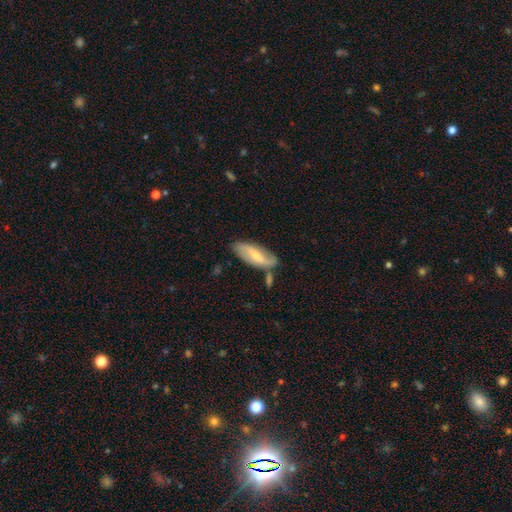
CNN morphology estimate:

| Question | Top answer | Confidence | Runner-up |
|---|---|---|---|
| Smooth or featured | featured or disk | 61% | smooth (34%) |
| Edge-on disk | no | 89% | yes (11%) |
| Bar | weak | 44% | strong (37%) |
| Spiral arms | yes | 87% | no (13%) |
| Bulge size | small | 50% | moderate (38%) |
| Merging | none | 68% | minor disturbance (19%) |